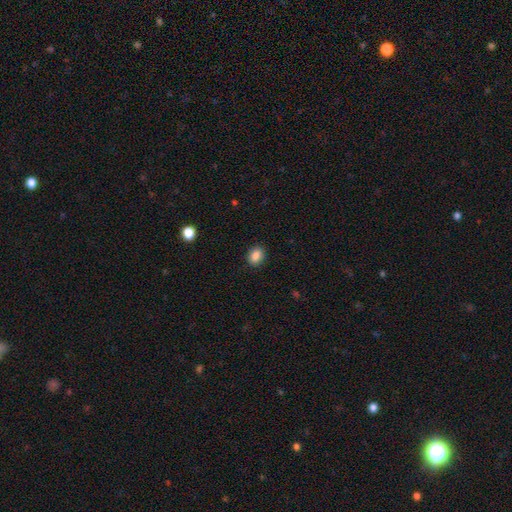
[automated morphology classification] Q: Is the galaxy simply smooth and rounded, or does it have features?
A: smooth — 87%.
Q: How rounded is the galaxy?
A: in between — 61%.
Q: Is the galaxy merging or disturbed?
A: none — 89%.